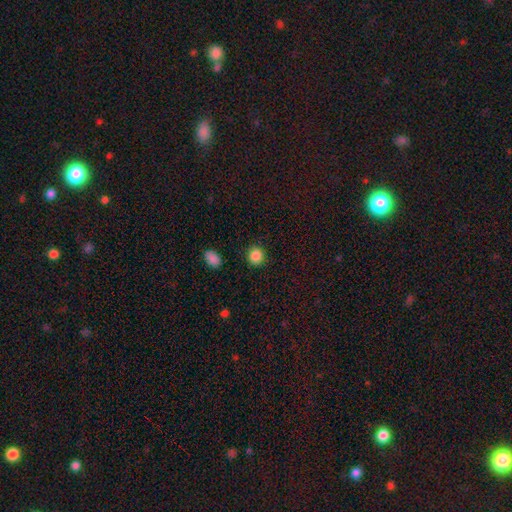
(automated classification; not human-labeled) This is clearly a smooth galaxy (87%). How rounded: clearly round (85%). Merging: clearly none (89%).